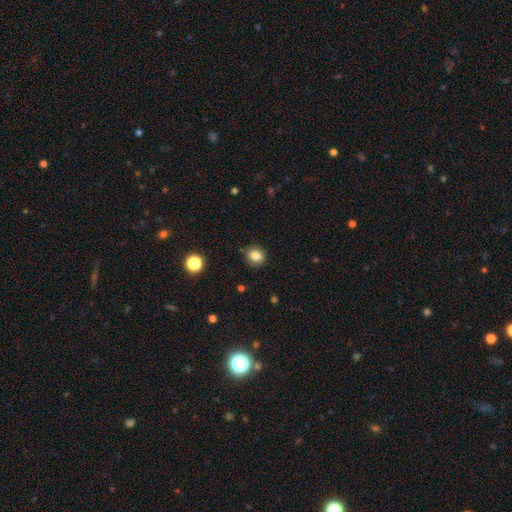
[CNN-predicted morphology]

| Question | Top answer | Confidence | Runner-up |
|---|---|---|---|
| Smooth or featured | smooth | 83% | star or artifact (11%) |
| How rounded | round | 82% | in between (17%) |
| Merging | none | 87% | minor disturbance (9%) |